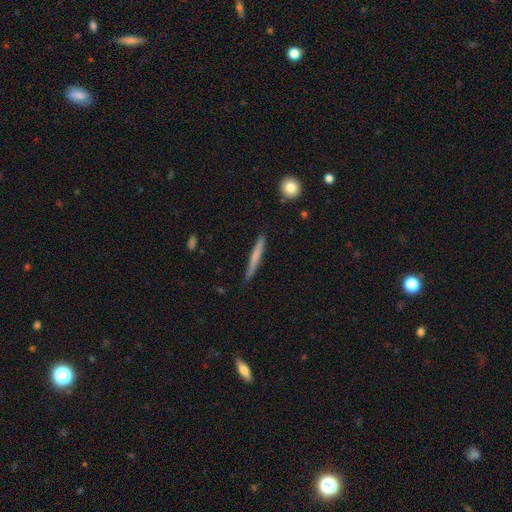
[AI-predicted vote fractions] A smooth galaxy with no disk features (60%) that is cigar-shaped (96%). Merging: none (87%).